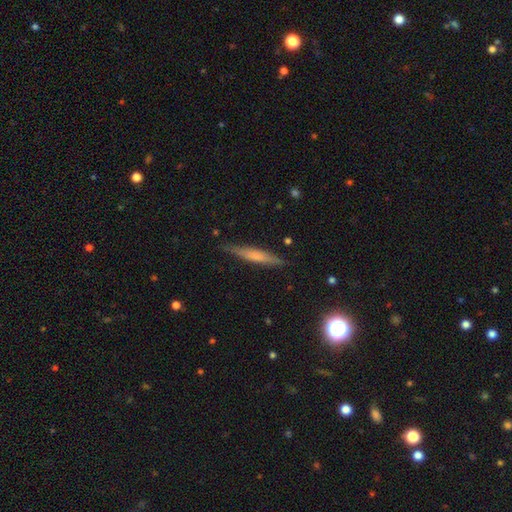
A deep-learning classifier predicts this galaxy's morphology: smooth_or_featured: smooth (p=0.51) [alt: featured or disk p=0.42]
how_rounded: cigar-shaped (p=0.92) [alt: in between p=0.06]
merging: none (p=0.84) [alt: minor disturbance p=0.12]